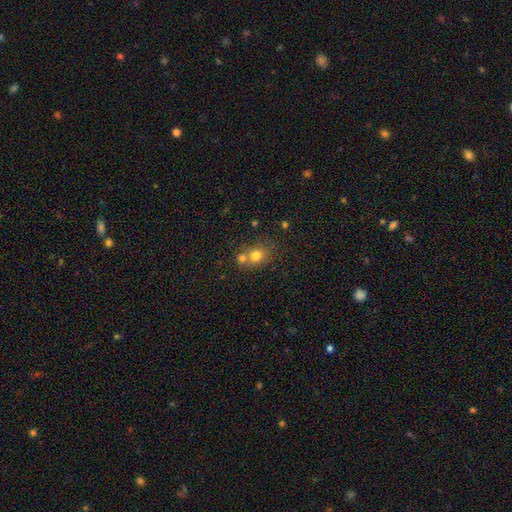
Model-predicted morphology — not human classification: The model was most divided on "merging": none: 45%, merger: 42%, minor disturbance: 10%, major disturbance: 3%. More confident: smooth or featured — smooth (75%); how rounded — round (66%).